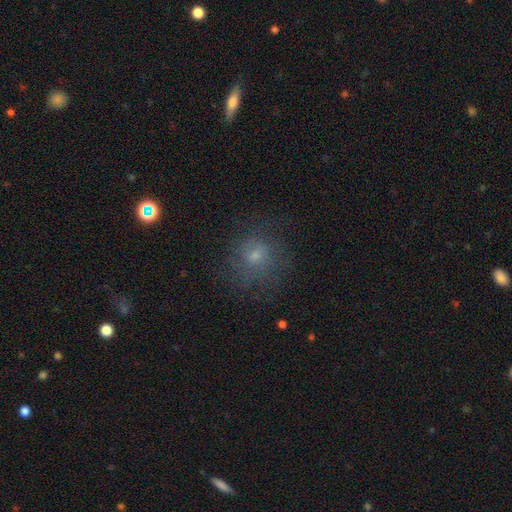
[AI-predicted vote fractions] Smooth or featured: smooth — 56% (featured or disk — 26%)
How rounded: round — 80% (in between — 19%)
Merging: none — 66% (minor disturbance — 17%)